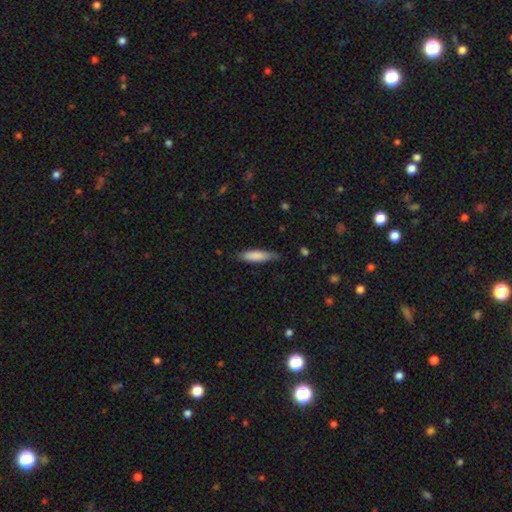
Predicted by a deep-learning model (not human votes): Morphology: type=smooth (82%); roundness=cigar-shaped (68%); merging=none (75%).